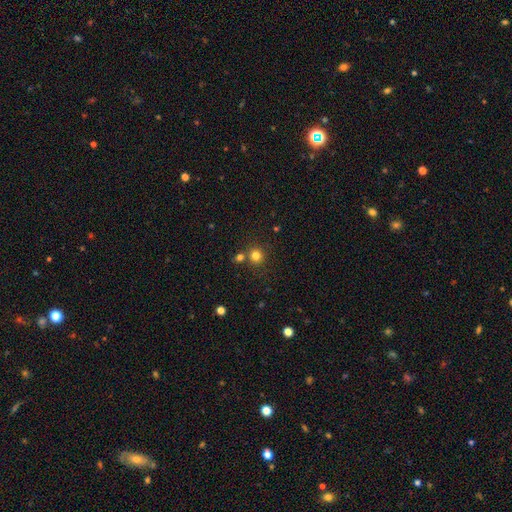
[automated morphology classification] smooth_or_featured: smooth (p=0.79) [alt: star or artifact p=0.15]
how_rounded: round (p=0.92) [alt: in between p=0.07]
merging: none (p=0.75) [alt: merger p=0.15]